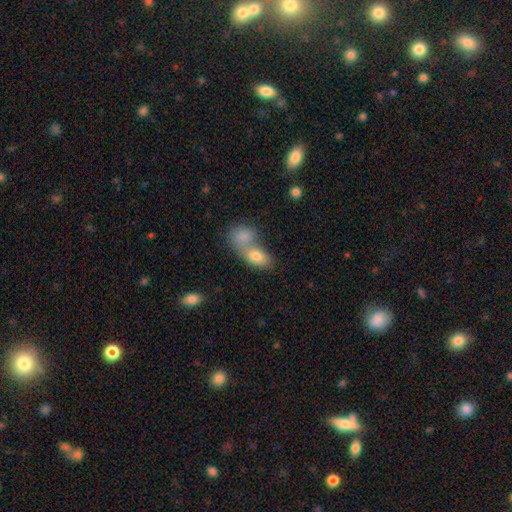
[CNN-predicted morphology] smooth-or-featured: smooth: 79% | featured or disk: 13% | star or artifact: 8%
  how-rounded: in between: 84% | round: 12% | cigar-shaped: 4%
  merging: merger: 64% | none: 26% | minor disturbance: 7% | major disturbance: 3%